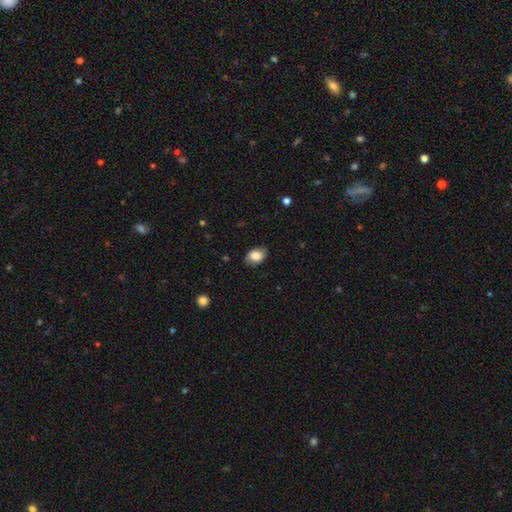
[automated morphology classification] A smooth galaxy with no disk features (83%) that is in between round and cigar-shaped (79%).

Vote fractions:
- Smooth or featured? smooth: 83% / featured or disk: 10% / star or artifact: 7%
- How rounded? in between: 79% / round: 20% / cigar-shaped: 1%
- Merging? none: 81% / minor disturbance: 15% / major disturbance: 3% / merger: 1%